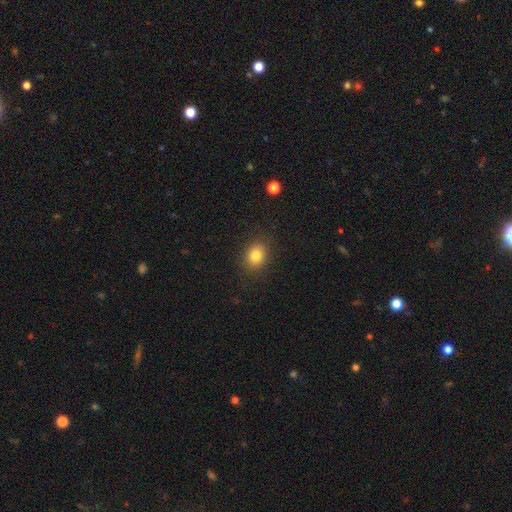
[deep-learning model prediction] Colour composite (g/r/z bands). It shows a smooth galaxy with no disk features (82%) that is round (52%). Merging: none (87%).